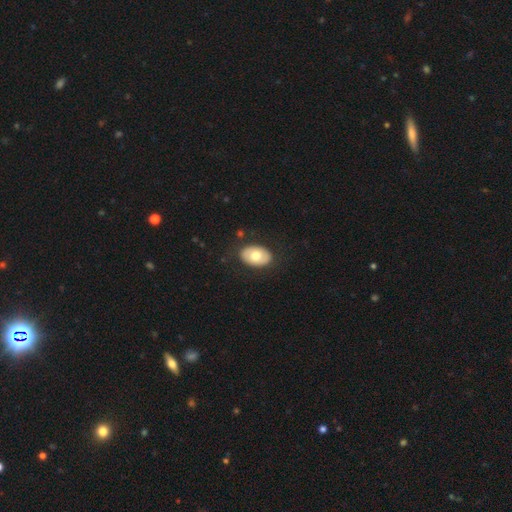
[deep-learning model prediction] A smooth galaxy with no disk features (68%) that is in between round and cigar-shaped (87%). Merging: none (85%).